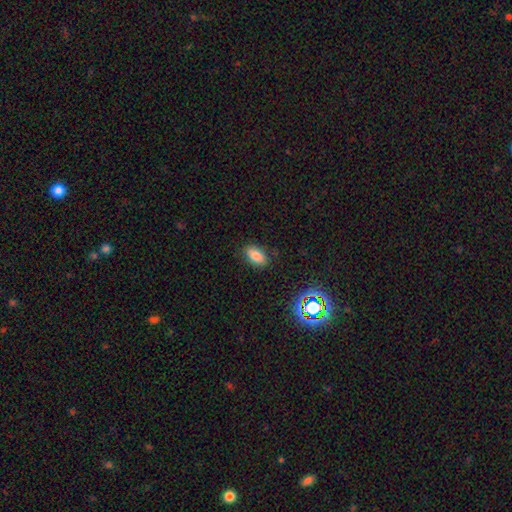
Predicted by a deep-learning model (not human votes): This appears to be a smooth galaxy with no disk features (80%) that is in between round and cigar-shaped (90%). Merging: none (85%).